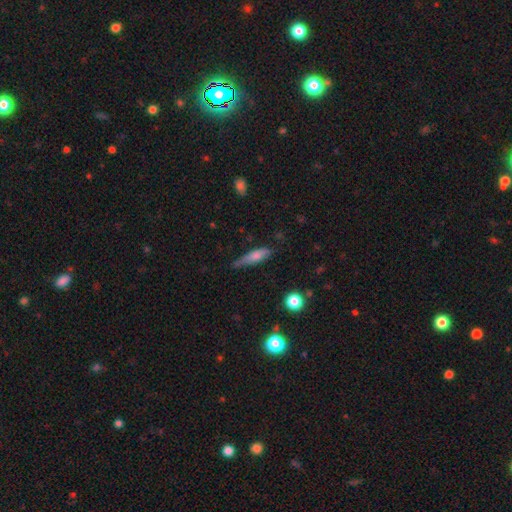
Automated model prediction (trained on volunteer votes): Smooth or featured? Predicted: smooth (p=0.70). How rounded? Predicted: cigar-shaped (p=0.69). Merging? Predicted: none (p=0.52).